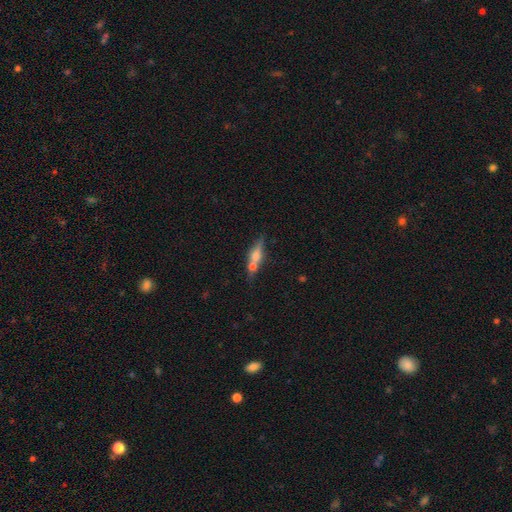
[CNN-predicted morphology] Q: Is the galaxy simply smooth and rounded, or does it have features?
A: smooth — 48%.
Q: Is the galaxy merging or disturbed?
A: none — 46%.